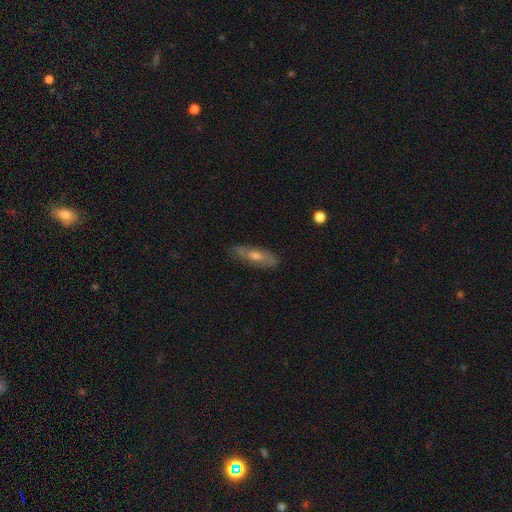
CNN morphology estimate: Smooth or featured: featured or disk — 54% (smooth — 38%)
Edge-on disk: no — 62% (yes — 38%)
Merging: none — 82% (minor disturbance — 14%)